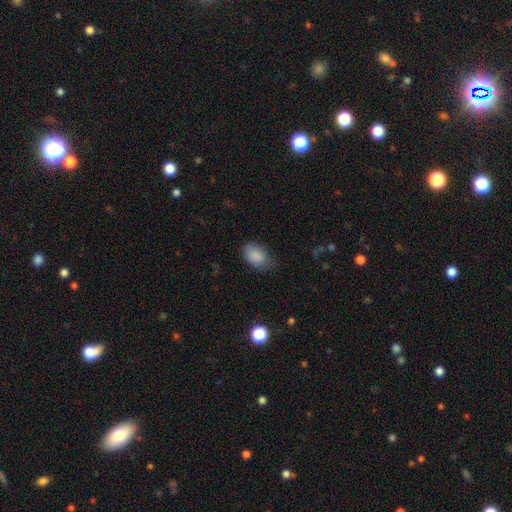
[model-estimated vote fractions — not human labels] smooth-or-featured: smooth: 87% | star or artifact: 8% | featured or disk: 5%
  how-rounded: in between: 87% | round: 12% | cigar-shaped: 1%
  merging: none: 65% | minor disturbance: 27% | major disturbance: 7% | merger: 1%